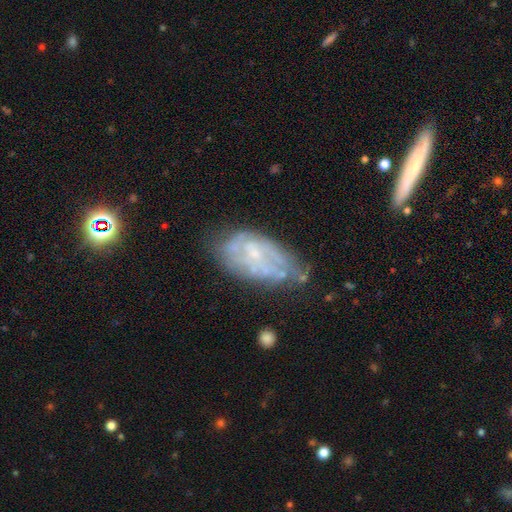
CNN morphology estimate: type=featured or disk (65%); edge-on=no (95%); bar=no (74%); spiral arms=no (58%); bulge=small (52%); merging=none (45%).